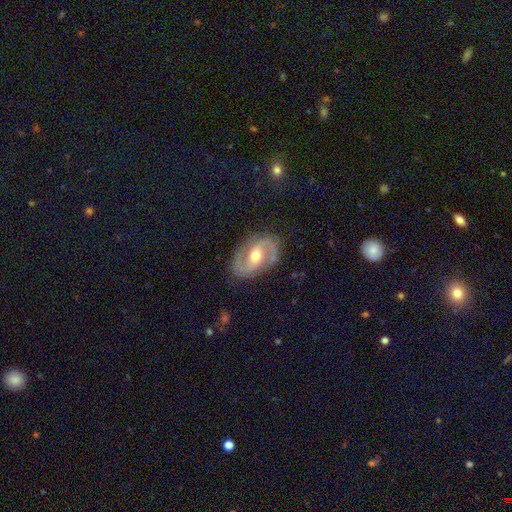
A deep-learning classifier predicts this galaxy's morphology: featured or disk 87%, smooth 7%, star or artifact 6%. Down the decision tree: edge-on disk — no (97%); bar — weak (44%); spiral arms — yes (95%); spiral arm count — 2 (93%); spiral winding — medium (53%); bulge size — moderate (70%); merging — none (82%).